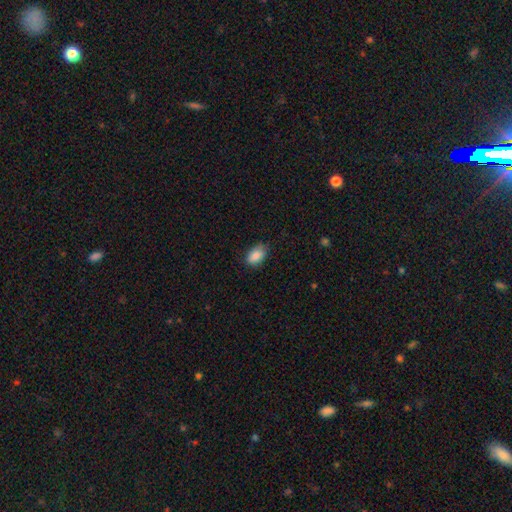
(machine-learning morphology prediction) Overall: smooth (88%). How rounded: in between (90%). Merging: none (77%).